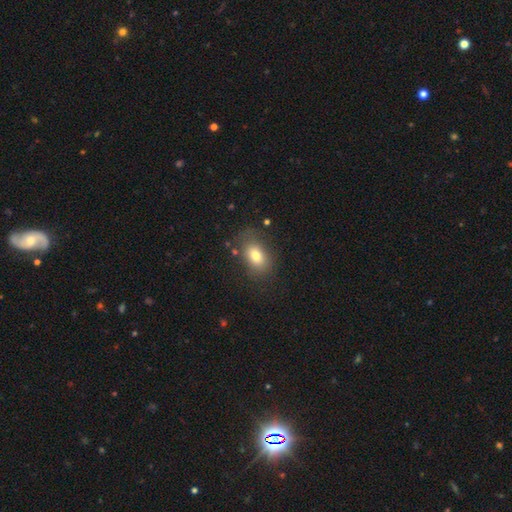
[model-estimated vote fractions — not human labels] The model was most divided on "merging": none: 71%, minor disturbance: 18%, major disturbance: 8%, merger: 3%. More confident: how rounded — in between (83%); smooth or featured — smooth (76%).